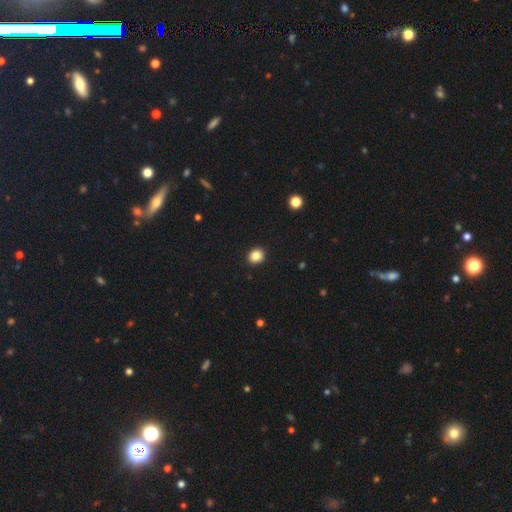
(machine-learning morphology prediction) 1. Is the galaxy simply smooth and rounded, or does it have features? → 85% smooth, 11% star or artifact, 4% featured or disk.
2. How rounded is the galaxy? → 73% round, 26% in between, 1% cigar-shaped.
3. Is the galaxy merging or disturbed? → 92% none, 5% minor disturbance, 2% major disturbance, 1% merger.